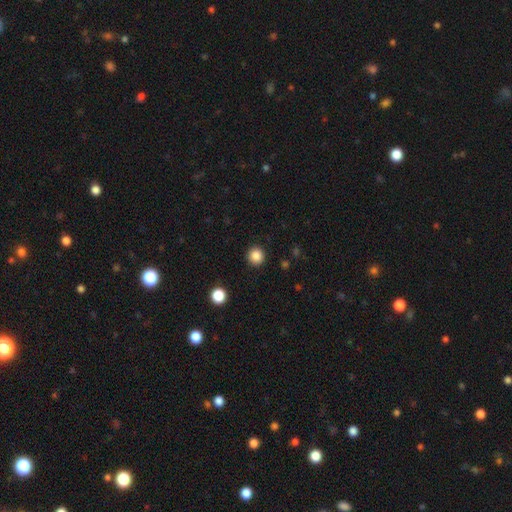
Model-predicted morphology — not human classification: Overall: smooth (86%). How rounded: round (93%). Merging: none (91%).